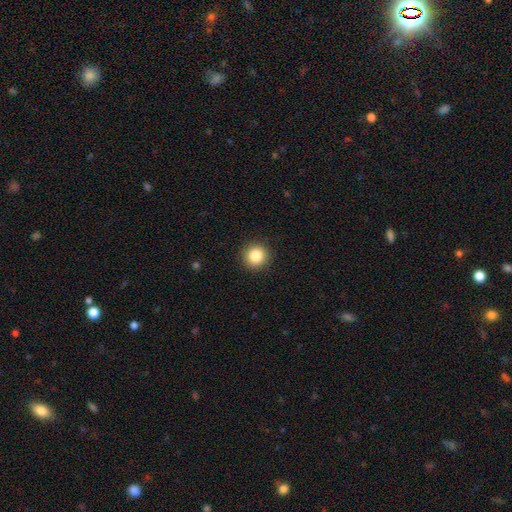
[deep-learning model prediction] smooth 85%, star or artifact 10%, featured or disk 5%. Down the decision tree: how rounded — round (94%); merging — none (92%).